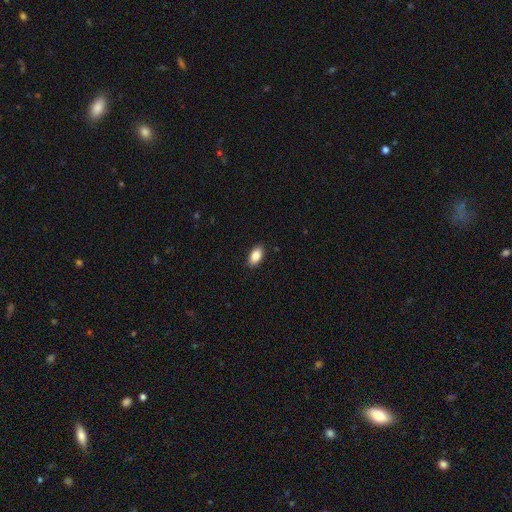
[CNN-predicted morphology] This is clearly a smooth galaxy (87%). How rounded: clearly in between (93%). Merging: clearly none (90%).